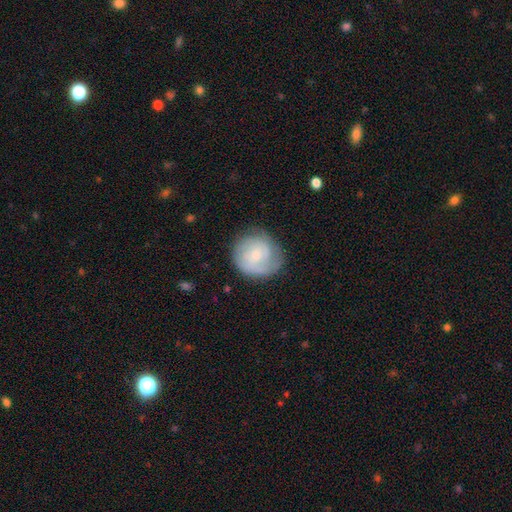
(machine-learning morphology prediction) Smooth or featured: featured or disk — 54% (smooth — 39%)
Edge-on disk: no — 98% (yes — 2%)
Bar: no — 68% (weak — 29%)
Spiral arms: yes — 83% (no — 17%)
Bulge size: small — 63% (moderate — 31%)
Merging: none — 72% (minor disturbance — 19%)